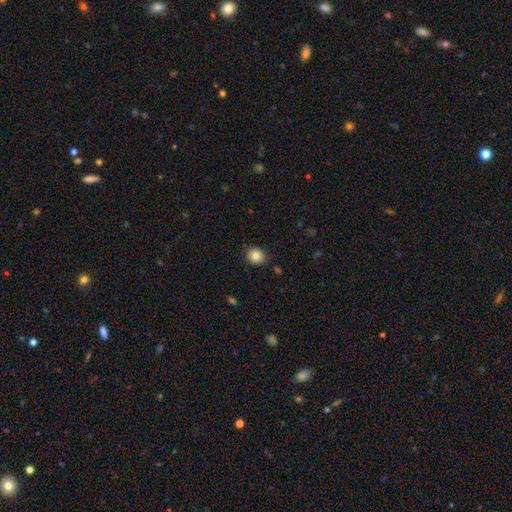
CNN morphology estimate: type=smooth (84%); roundness=round (71%); merging=none (85%).